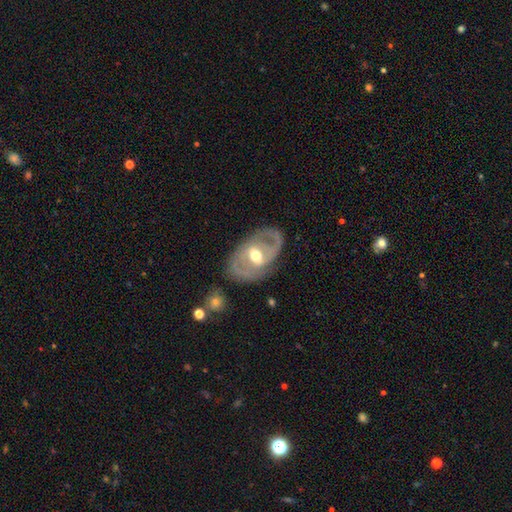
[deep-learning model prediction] This appears to be a featured or disk galaxy (78%) with a weak bar (46%), 2 (73%) medium (43%) spiral arms (71%) and a moderate central bulge (76%). Merging: none (76%).